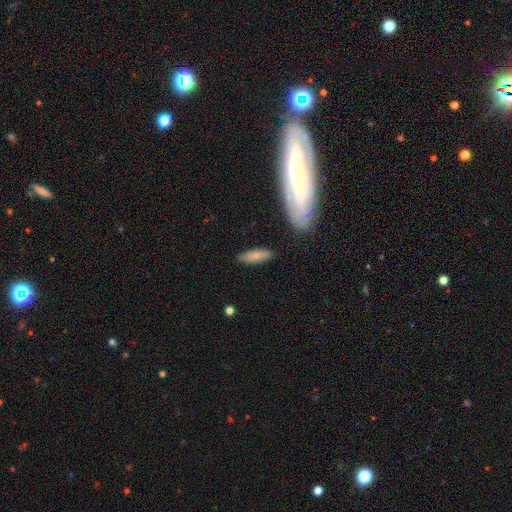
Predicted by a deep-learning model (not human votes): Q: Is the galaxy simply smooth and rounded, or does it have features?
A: smooth — 70%.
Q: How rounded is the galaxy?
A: in between — 56%.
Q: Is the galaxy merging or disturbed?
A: none — 83%.